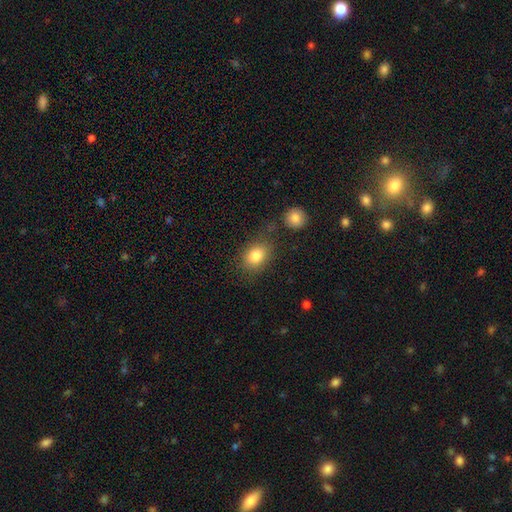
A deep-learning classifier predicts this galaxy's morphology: This appears to be a smooth galaxy with no disk features (82%) that is in between round and cigar-shaped (57%). Merging: none (71%).